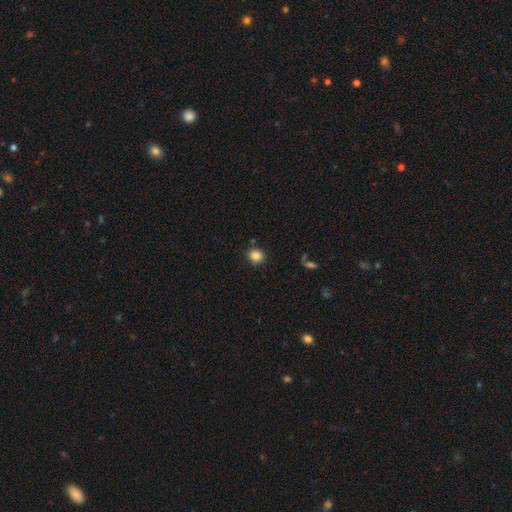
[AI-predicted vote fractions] Smooth or featured?
  - smooth: 85% *
  - star or artifact: 10%
  - featured or disk: 5%
How rounded?
  - round: 71% *
  - in between: 28%
  - cigar-shaped: 1%
Merging?
  - none: 86% *
  - minor disturbance: 8%
  - merger: 3%
  - major disturbance: 2%